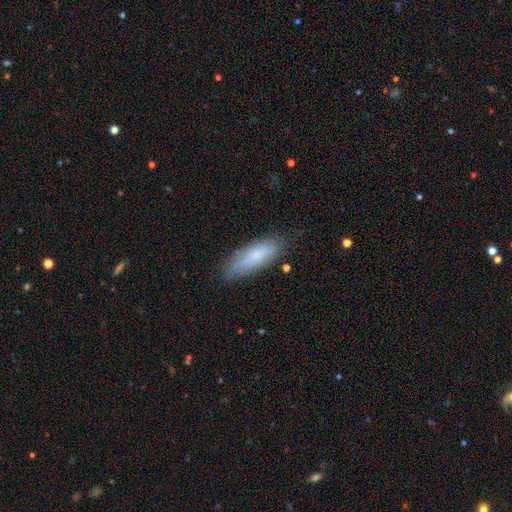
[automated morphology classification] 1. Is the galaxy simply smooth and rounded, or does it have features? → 74% smooth, 20% featured or disk, 7% star or artifact.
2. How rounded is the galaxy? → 51% in between, 47% cigar-shaped, 2% round.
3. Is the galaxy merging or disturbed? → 75% none, 19% minor disturbance, 4% major disturbance, 2% merger.